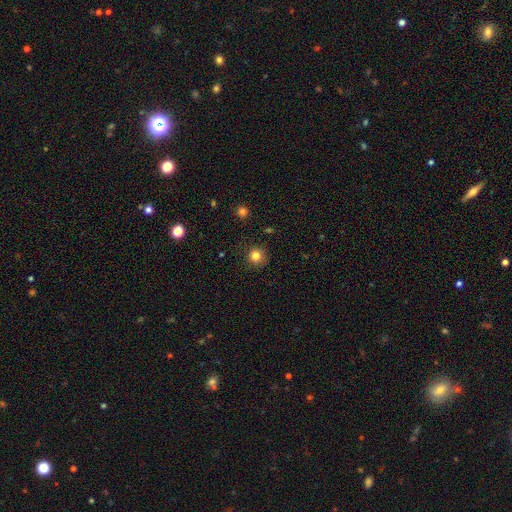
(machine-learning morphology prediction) smooth-or-featured: smooth: 81% | star or artifact: 13% | featured or disk: 5%
  how-rounded: round: 94% | in between: 5% | cigar-shaped: 1%
  merging: none: 88% | minor disturbance: 8% | major disturbance: 2% | merger: 1%